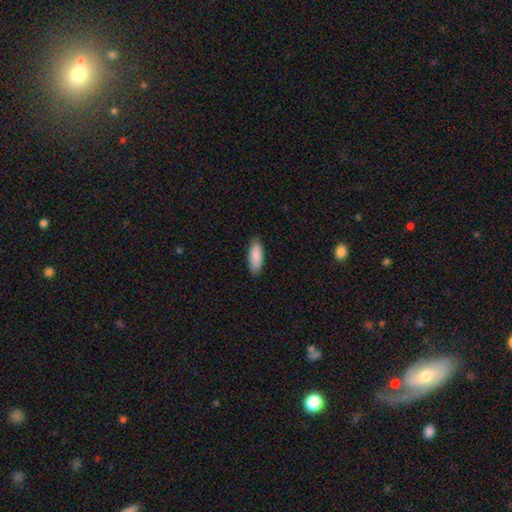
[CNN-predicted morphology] Smooth or featured? Predicted: smooth (p=0.90). How rounded? Predicted: in between (p=0.72). Merging? Predicted: none (p=0.87).